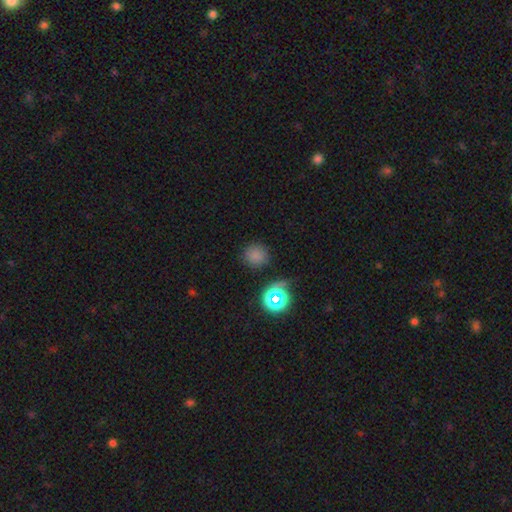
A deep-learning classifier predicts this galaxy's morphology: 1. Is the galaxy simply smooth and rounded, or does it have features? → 73% smooth, 21% star or artifact, 6% featured or disk.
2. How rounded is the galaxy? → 91% round, 8% in between, 1% cigar-shaped.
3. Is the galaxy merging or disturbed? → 83% none, 11% minor disturbance, 4% major disturbance, 3% merger.